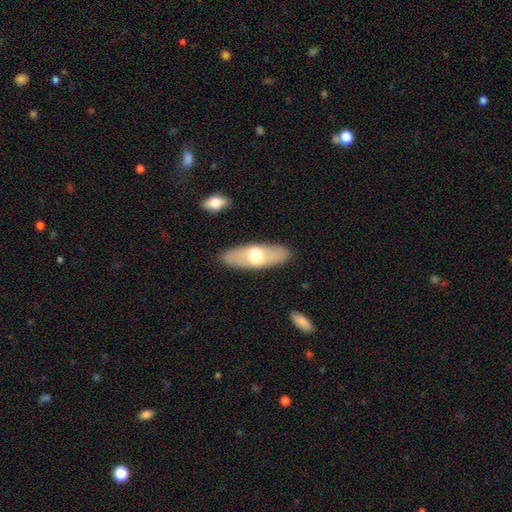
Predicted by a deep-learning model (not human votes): This appears to be a smooth galaxy with no disk features (55%) that is in between round and cigar-shaped (70%). Merging: none (87%).